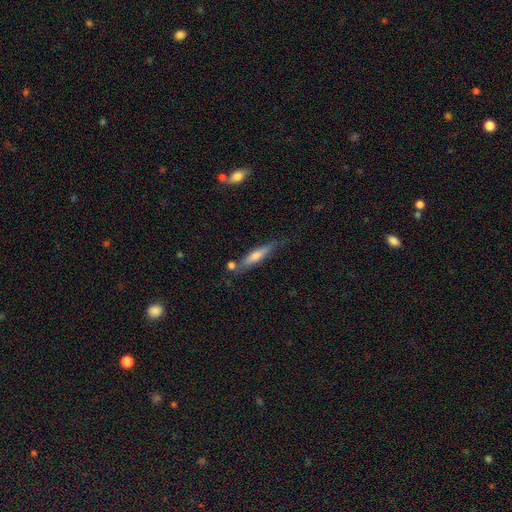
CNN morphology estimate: Overall: featured or disk (50%; smooth 43%). Merging: none (71%).